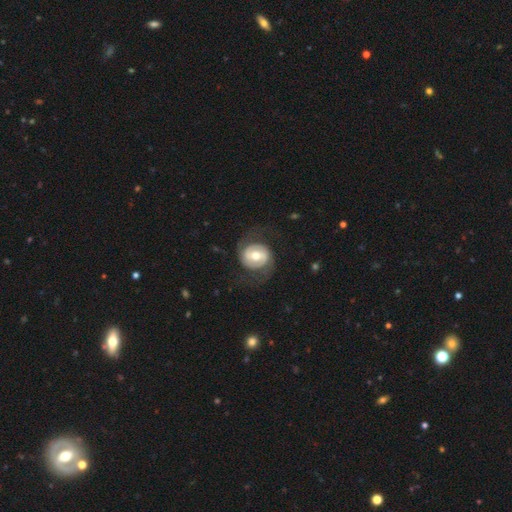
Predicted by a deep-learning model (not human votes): smooth_or_featured: featured or disk (p=0.75) [alt: smooth p=0.19]
disk_edge_on: no (p=0.98) [alt: yes p=0.02]
bar: weak (p=0.41) [alt: no p=0.39]
has_spiral_arms: yes (p=0.86) [alt: no p=0.14]
spiral_winding: medium (p=0.40) [alt: tight p=0.36]
spiral_arm_count: 2 (p=0.86) [alt: can't tell p=0.07]
bulge_size: moderate (p=0.75) [alt: small p=0.15]
merging: none (p=0.73) [alt: minor disturbance p=0.13]